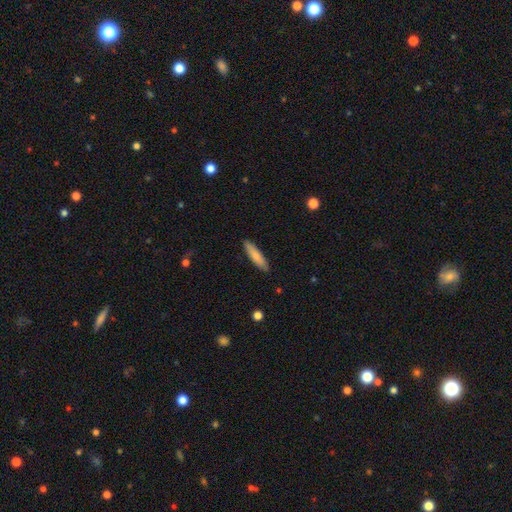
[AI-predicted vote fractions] smooth-or-featured: smooth: 80% | featured or disk: 14% | star or artifact: 6%
  how-rounded: cigar-shaped: 80% | in between: 19% | round: 1%
  merging: none: 89% | minor disturbance: 8% | major disturbance: 2% | merger: 1%